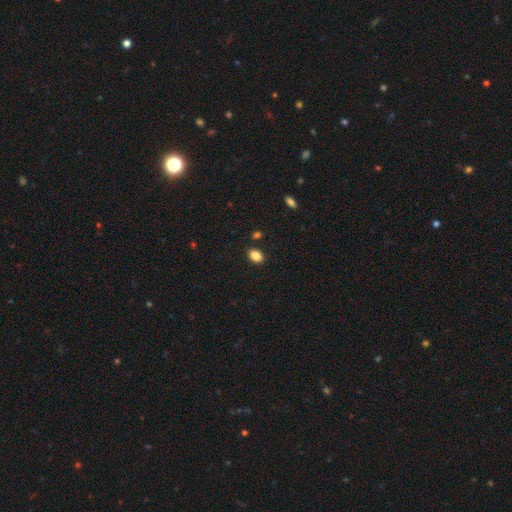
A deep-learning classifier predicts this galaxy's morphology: Smooth or featured? smooth (87%)
How rounded? in between (80%)
Merging? none (87%)